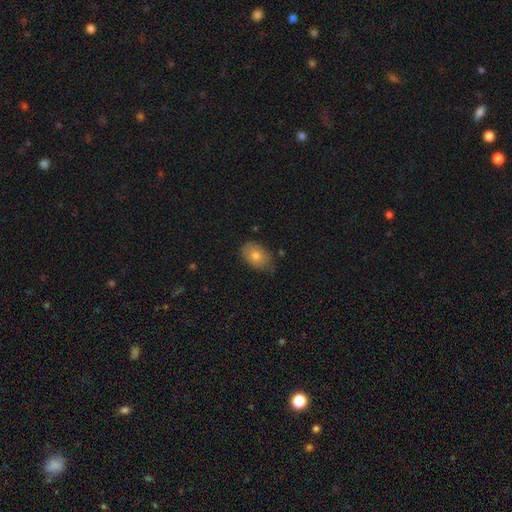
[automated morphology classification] Smooth or featured? smooth (73%)
How rounded? in between (80%)
Merging? none (67%)